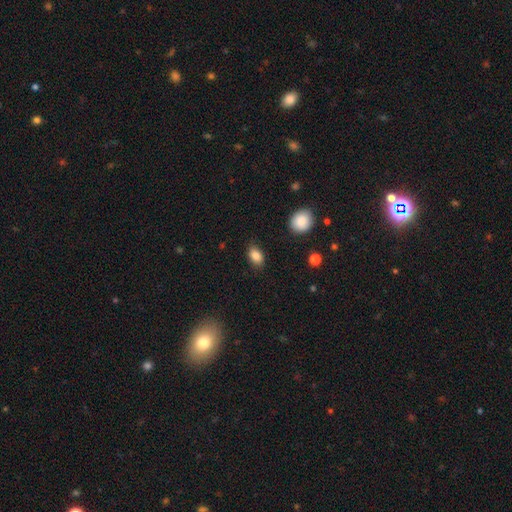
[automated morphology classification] Smooth or featured? smooth (86%)
How rounded? in between (86%)
Merging? none (84%)